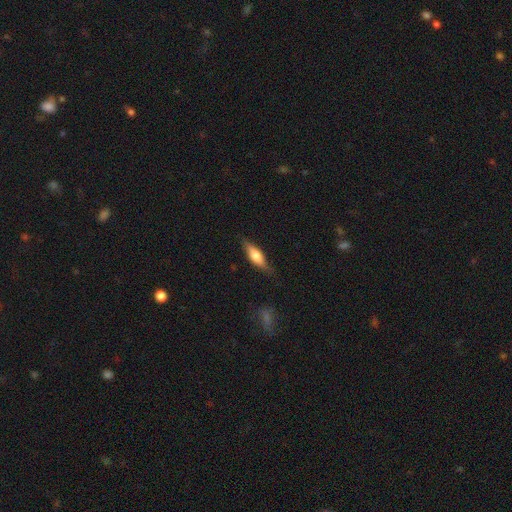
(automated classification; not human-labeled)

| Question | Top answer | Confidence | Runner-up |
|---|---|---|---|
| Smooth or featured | smooth | 54% | featured or disk (39%) |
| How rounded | cigar-shaped | 49% | in between (48%) |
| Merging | none | 75% | minor disturbance (19%) |